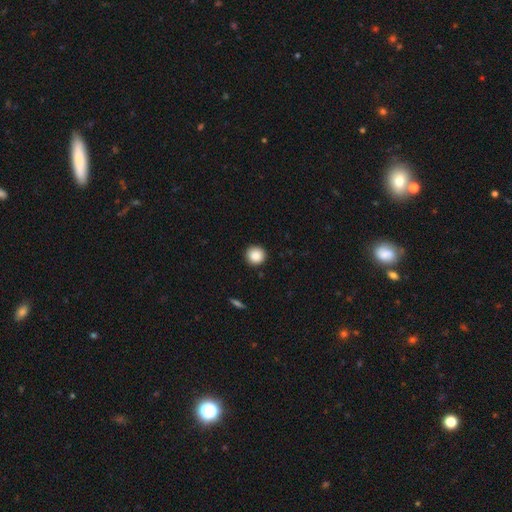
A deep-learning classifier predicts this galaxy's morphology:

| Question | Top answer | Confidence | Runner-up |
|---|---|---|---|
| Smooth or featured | smooth | 87% | star or artifact (9%) |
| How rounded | round | 94% | in between (5%) |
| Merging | none | 91% | minor disturbance (6%) |